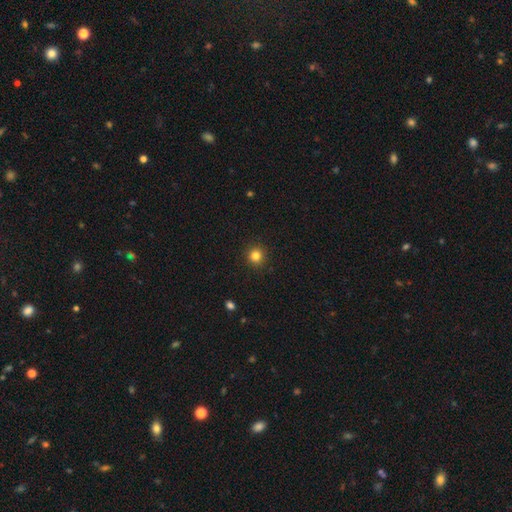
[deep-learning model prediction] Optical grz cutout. It shows a smooth galaxy with no disk features (83%) that is round (94%). Merging: none (92%).